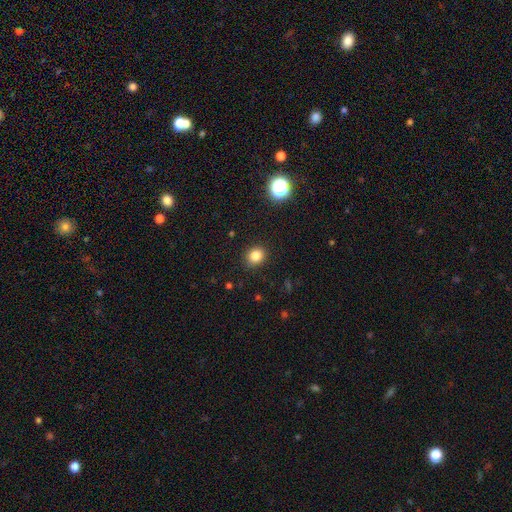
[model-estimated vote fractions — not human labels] Smooth or featured? Predicted: smooth (p=0.82). How rounded? Predicted: round (p=0.69). Merging? Predicted: none (p=0.88).